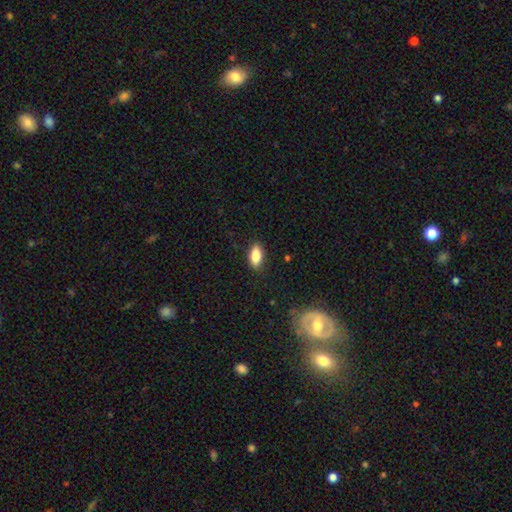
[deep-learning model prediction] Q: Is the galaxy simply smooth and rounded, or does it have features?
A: smooth — 86%.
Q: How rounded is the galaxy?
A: in between — 89%.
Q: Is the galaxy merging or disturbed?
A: none — 87%.